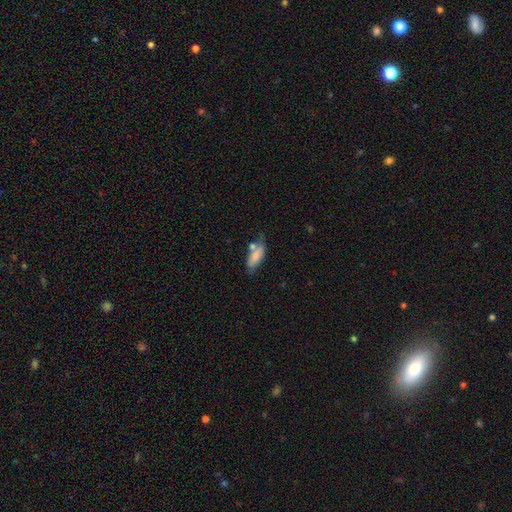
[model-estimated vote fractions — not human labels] A smooth galaxy with no disk features (76%) that is in between round and cigar-shaped (70%).

Vote fractions:
- Smooth or featured? smooth: 76% / featured or disk: 17% / star or artifact: 7%
- How rounded? in between: 70% / cigar-shaped: 27% / round: 3%
- Merging? none: 50% / minor disturbance: 24% / merger: 18% / major disturbance: 8%